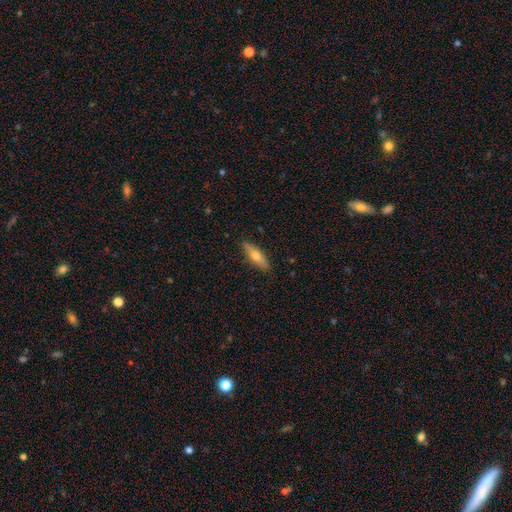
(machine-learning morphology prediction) Smooth or featured?
  - smooth: 61% *
  - featured or disk: 33%
  - star or artifact: 6%
How rounded?
  - cigar-shaped: 59% *
  - in between: 39%
  - round: 2%
Merging?
  - none: 88% *
  - minor disturbance: 9%
  - major disturbance: 2%
  - merger: 1%